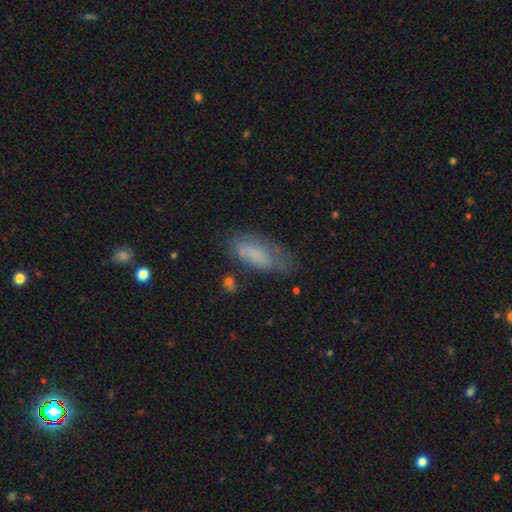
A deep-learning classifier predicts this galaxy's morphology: type=smooth (69%); roundness=in between (79%); merging=none (47%).